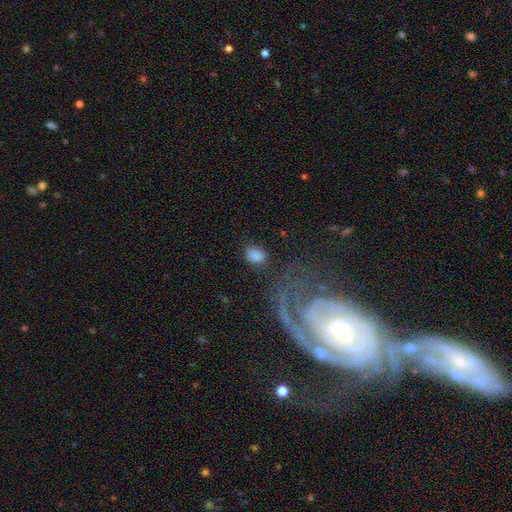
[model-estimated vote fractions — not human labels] Q: Smooth or featured?
A: smooth (82%); runner-up: star or artifact (10%)
Q: How rounded?
A: in between (74%); runner-up: round (24%)
Q: Merging?
A: none (70%); runner-up: minor disturbance (17%)